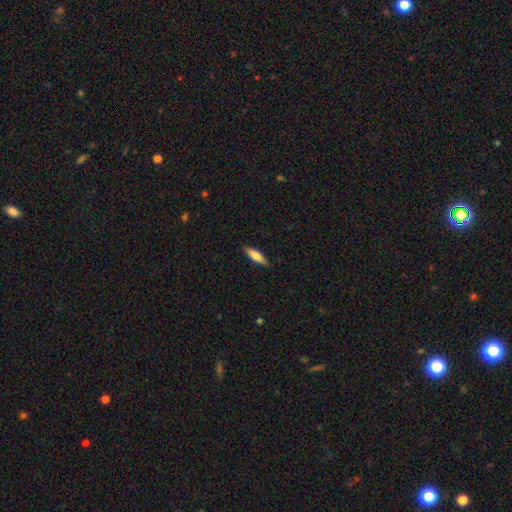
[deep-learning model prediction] Q: Smooth or featured?
A: smooth (65%); runner-up: featured or disk (29%)
Q: How rounded?
A: cigar-shaped (63%); runner-up: in between (35%)
Q: Merging?
A: none (88%); runner-up: minor disturbance (9%)